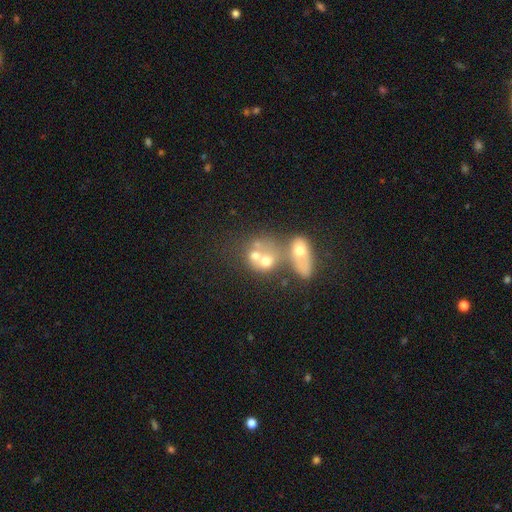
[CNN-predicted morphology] smooth 57%, featured or disk 30%, star or artifact 14%. Down the decision tree: how rounded — round (58%); merging — merger (65%).